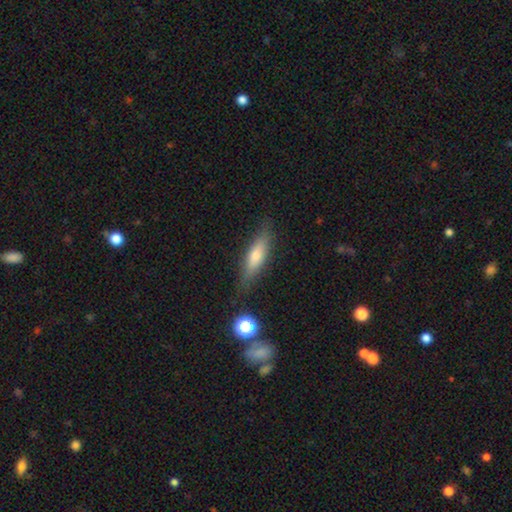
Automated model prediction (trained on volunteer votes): Smooth or featured? Predicted: smooth (p=0.59). How rounded? Predicted: cigar-shaped (p=0.70). Merging? Predicted: none (p=0.81).